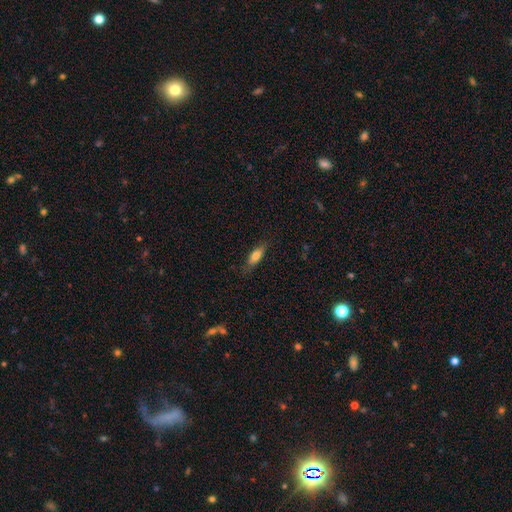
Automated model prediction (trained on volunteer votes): smooth_or_featured: smooth (p=0.76) [alt: featured or disk p=0.17]
how_rounded: in between (p=0.60) [alt: cigar-shaped p=0.38]
merging: none (p=0.78) [alt: minor disturbance p=0.16]